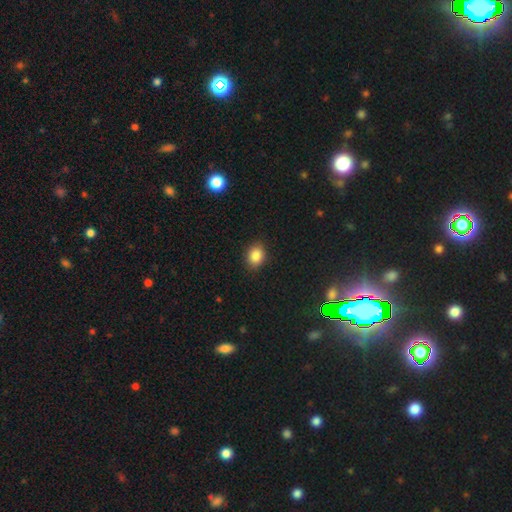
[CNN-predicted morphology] smooth_or_featured: smooth (p=0.86) [alt: star or artifact p=0.10]
how_rounded: in between (p=0.58) [alt: round p=0.41]
merging: none (p=0.88) [alt: minor disturbance p=0.08]